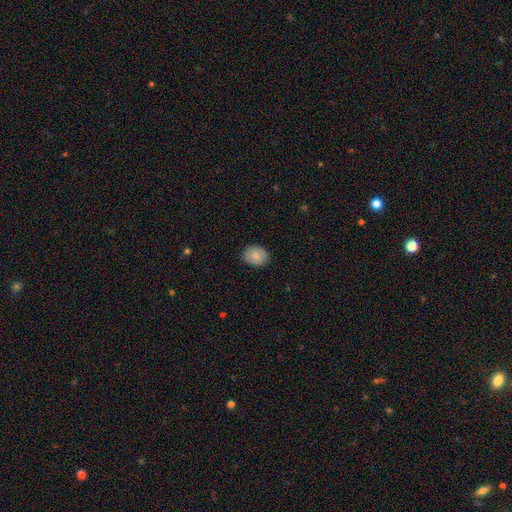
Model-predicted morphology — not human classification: smooth-or-featured: smooth: 80% | featured or disk: 13% | star or artifact: 7%
  how-rounded: in between: 53% | round: 46% | cigar-shaped: 1%
  merging: none: 87% | minor disturbance: 10% | major disturbance: 2% | merger: 1%